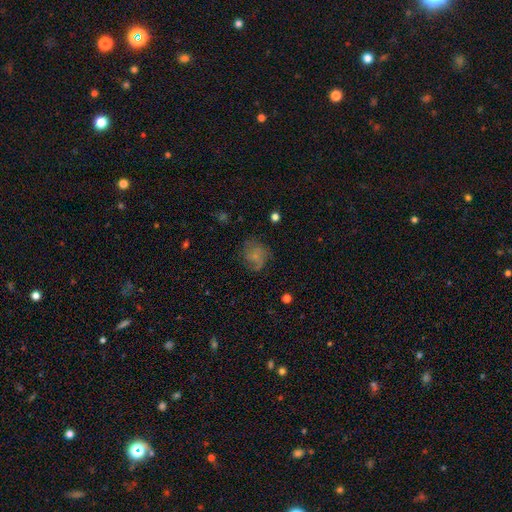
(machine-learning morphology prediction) Smooth or featured: smooth — 53% (featured or disk — 35%)
How rounded: round — 71% (in between — 28%)
Merging: none — 60% (minor disturbance — 23%)